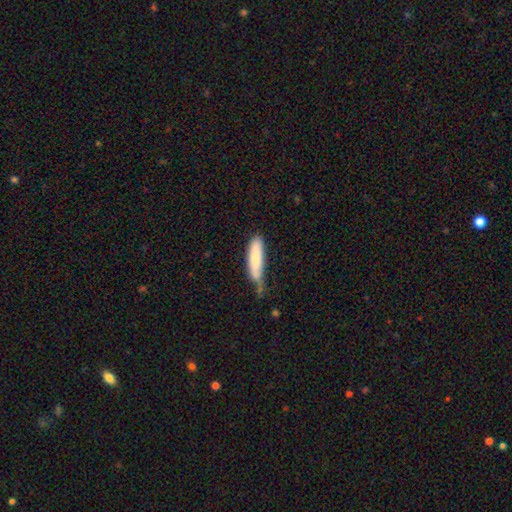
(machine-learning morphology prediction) Smooth or featured: smooth — 80% (featured or disk — 14%)
How rounded: cigar-shaped — 66% (in between — 32%)
Merging: none — 41% (minor disturbance — 40%)